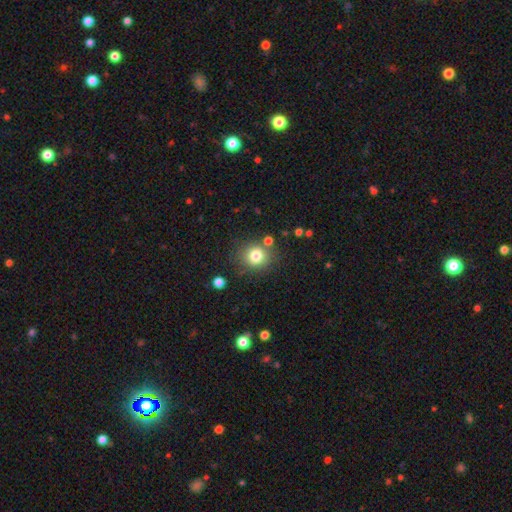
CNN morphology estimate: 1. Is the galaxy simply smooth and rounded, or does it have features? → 79% smooth, 13% star or artifact, 8% featured or disk.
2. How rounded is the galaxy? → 85% round, 15% in between, 1% cigar-shaped.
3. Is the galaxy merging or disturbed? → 80% none, 10% minor disturbance, 6% merger, 4% major disturbance.